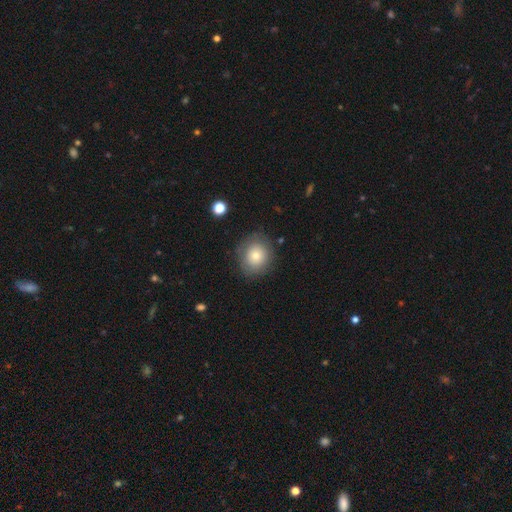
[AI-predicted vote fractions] Smooth or featured: smooth — 74% (featured or disk — 16%)
How rounded: round — 75% (in between — 24%)
Merging: none — 82% (minor disturbance — 12%)